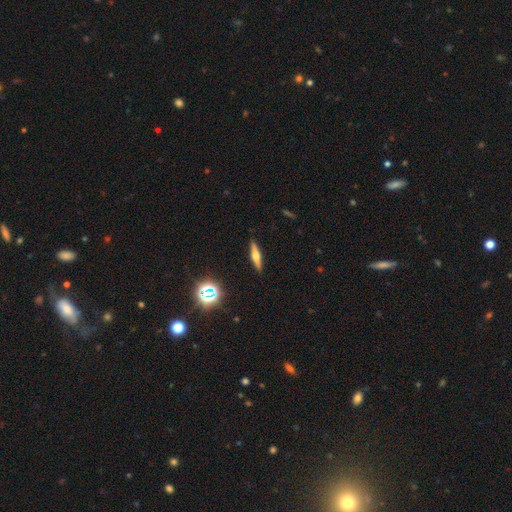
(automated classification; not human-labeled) The model was most divided on "smooth or featured": featured or disk: 54%, smooth: 36%, star or artifact: 10%. More confident: edge-on disk — yes (95%); merging — none (90%); edge-on bulge — rounded (89%).